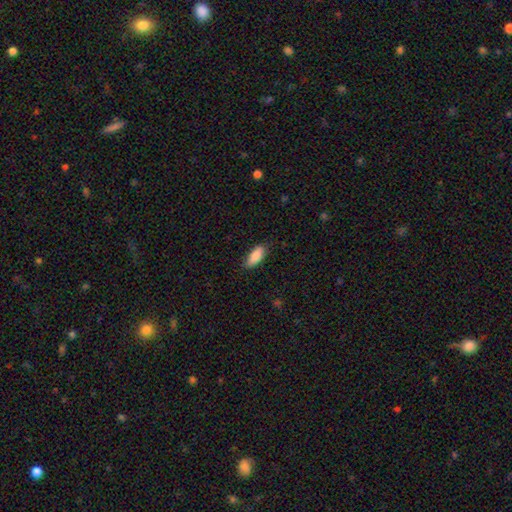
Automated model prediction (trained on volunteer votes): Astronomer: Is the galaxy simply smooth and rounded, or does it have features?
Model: smooth — 87%.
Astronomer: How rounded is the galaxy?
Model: in between — 81%.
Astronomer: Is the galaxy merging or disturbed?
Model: none — 78%.